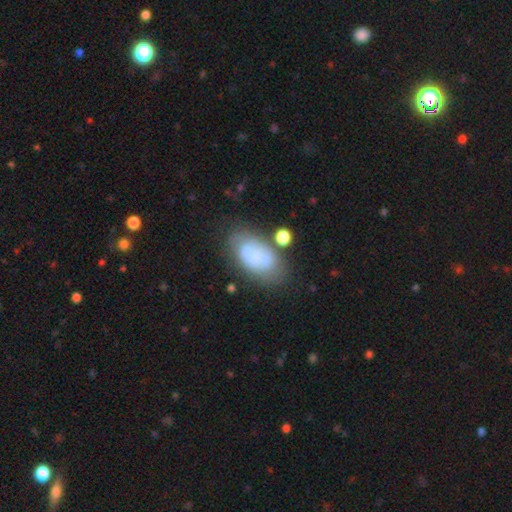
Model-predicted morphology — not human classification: A featured or disk galaxy (47%).

Vote fractions:
- Smooth or featured? featured or disk: 47% / smooth: 44% / star or artifact: 9%
- Merging? none: 53% / minor disturbance: 22% / merger: 13% / major disturbance: 12%